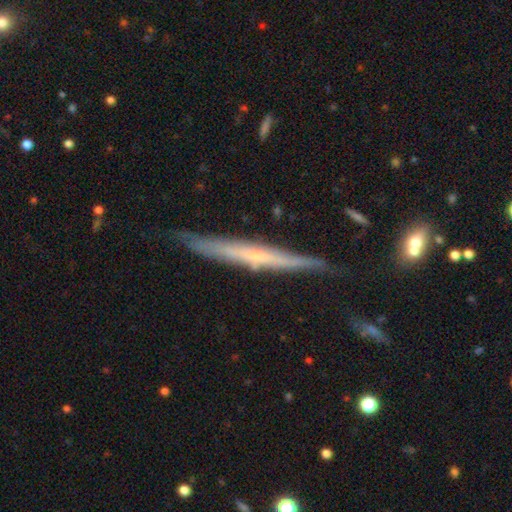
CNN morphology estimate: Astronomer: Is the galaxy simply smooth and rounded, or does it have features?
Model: featured or disk — 64%.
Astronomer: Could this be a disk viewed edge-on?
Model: yes — 96%.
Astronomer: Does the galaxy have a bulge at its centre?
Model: none — 68%.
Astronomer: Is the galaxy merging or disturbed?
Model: none — 81%.